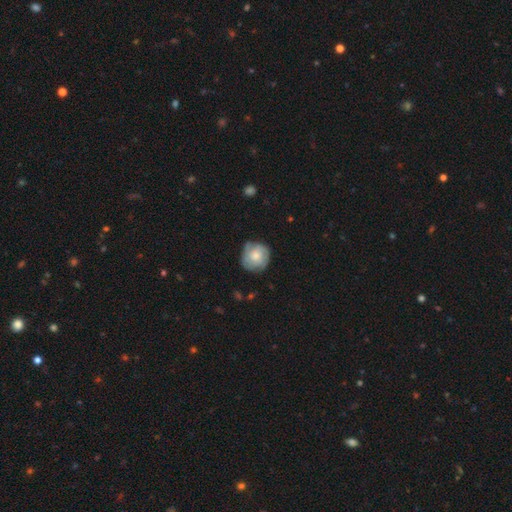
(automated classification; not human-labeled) Morphology: type=smooth (60%); roundness=round (89%); merging=none (70%).